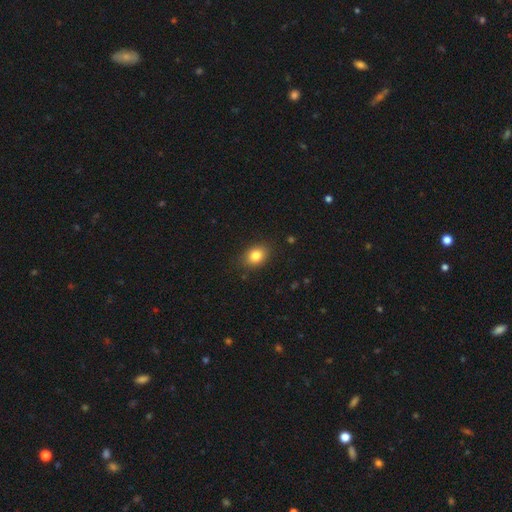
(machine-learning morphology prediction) A smooth galaxy with no disk features (83%) that is in between round and cigar-shaped (56%).

Vote fractions:
- Smooth or featured? smooth: 83% / star or artifact: 10% / featured or disk: 7%
- How rounded? in between: 56% / round: 42% / cigar-shaped: 1%
- Merging? none: 86% / minor disturbance: 11% / major disturbance: 3% / merger: 1%